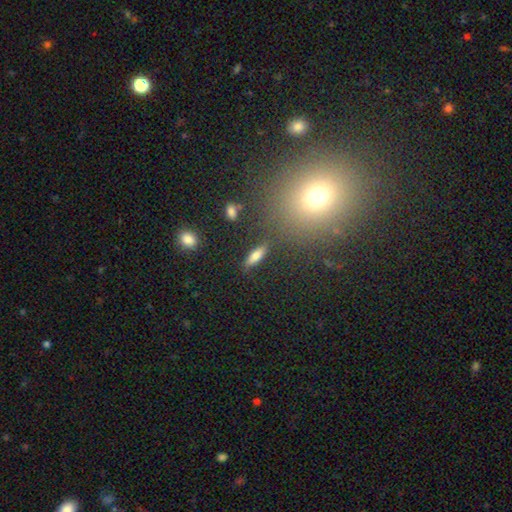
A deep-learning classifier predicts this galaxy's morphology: Smooth or featured? smooth (74%)
How rounded? in between (51%)
Merging? none (82%)